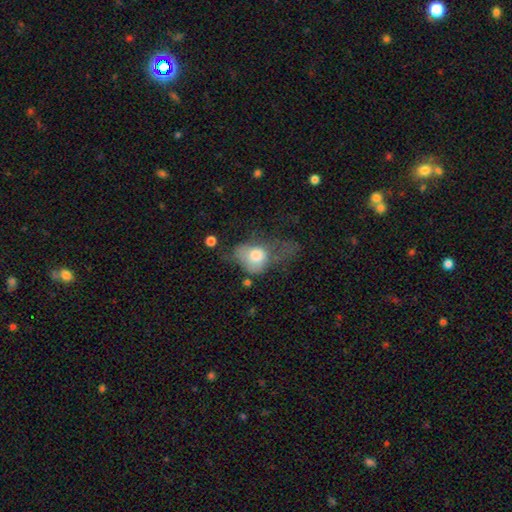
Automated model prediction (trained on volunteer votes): A smooth galaxy with no disk features (69%) that is in between round and cigar-shaped (54%). Merging: major disturbance (53%).